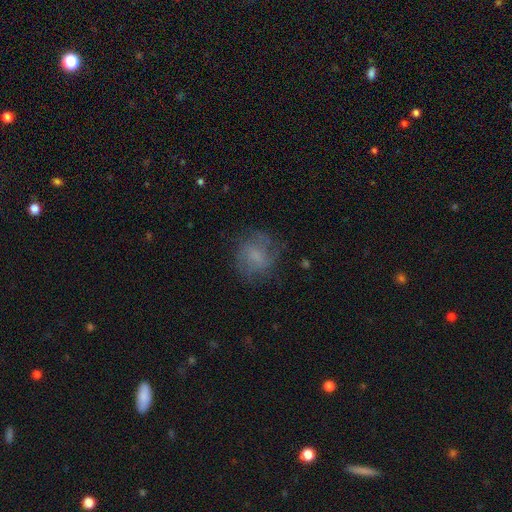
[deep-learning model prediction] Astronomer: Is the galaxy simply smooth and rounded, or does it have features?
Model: smooth — 48% (runner-up: featured or disk, 41%).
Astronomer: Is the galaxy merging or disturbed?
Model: none — 67%.